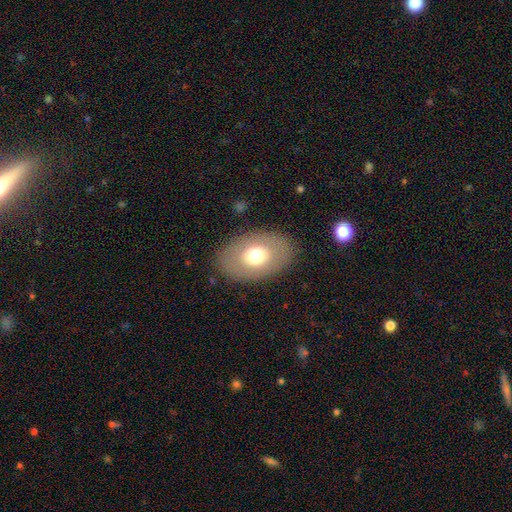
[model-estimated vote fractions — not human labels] A smooth galaxy with no disk features (64%) that is in between round and cigar-shaped (83%). Merging: none (86%).